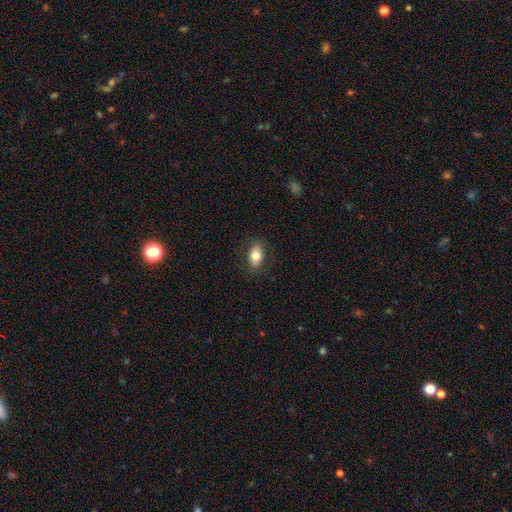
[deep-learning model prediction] A smooth galaxy with no disk features (80%) that is in between round and cigar-shaped (85%).

Vote fractions:
- Smooth or featured? smooth: 80% / featured or disk: 12% / star or artifact: 8%
- How rounded? in between: 85% / round: 14% / cigar-shaped: 2%
- Merging? none: 86% / minor disturbance: 10% / major disturbance: 3% / merger: 1%